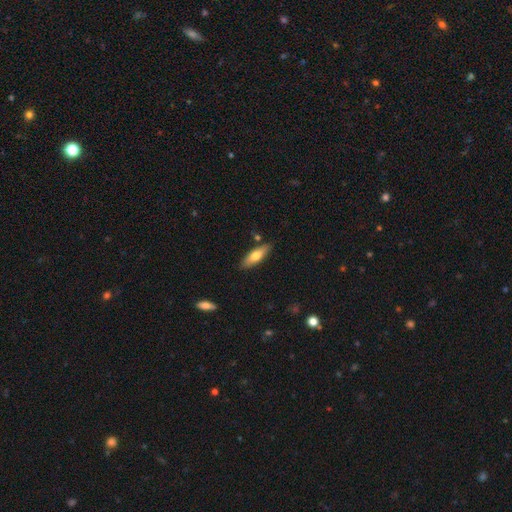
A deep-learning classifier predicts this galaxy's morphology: Smooth or featured? smooth (69%)
How rounded? in between (54%)
Merging? none (83%)